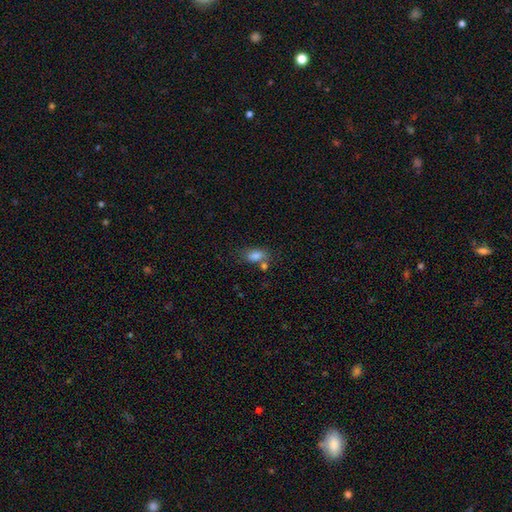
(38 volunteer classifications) Smooth or featured: smooth — 87% (featured or disk — 8%)
How rounded: in between — 82% (round — 9%)
Merging: none — 67% (minor disturbance — 11%)